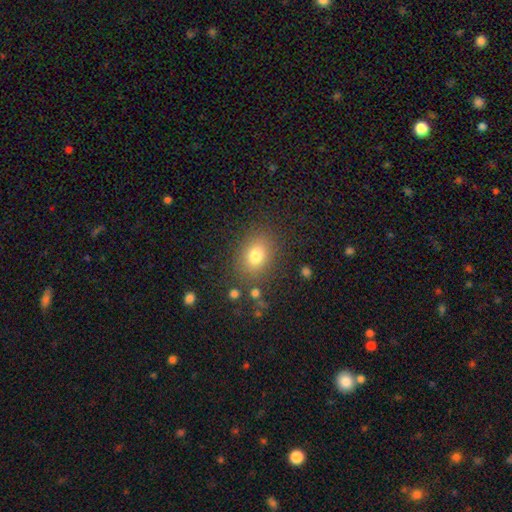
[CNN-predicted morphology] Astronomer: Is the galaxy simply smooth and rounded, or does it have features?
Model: smooth — 77%.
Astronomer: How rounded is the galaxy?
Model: in between — 55% (runner-up: round, 44%).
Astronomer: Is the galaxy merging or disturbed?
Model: none — 81%.